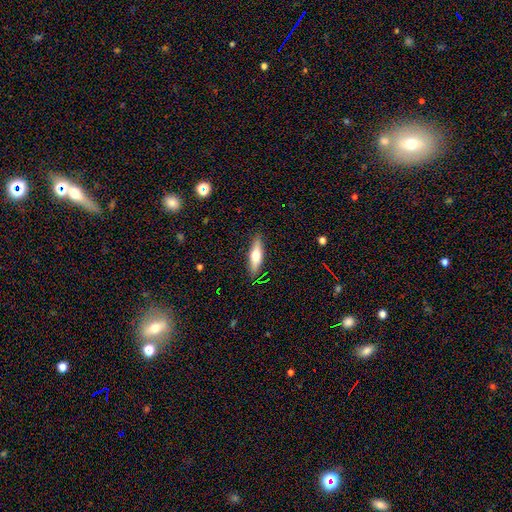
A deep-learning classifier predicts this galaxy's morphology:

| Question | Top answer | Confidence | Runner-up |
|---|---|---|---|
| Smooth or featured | smooth | 50% | featured or disk (43%) |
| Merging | none | 88% | minor disturbance (9%) |